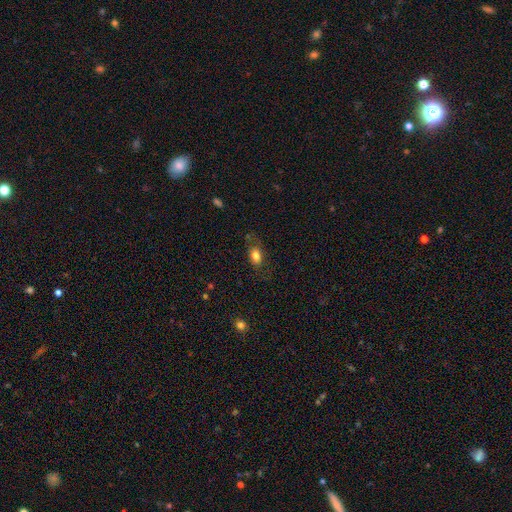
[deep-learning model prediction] smooth-or-featured: smooth: 78% | featured or disk: 13% | star or artifact: 9%
  how-rounded: in between: 84% | round: 12% | cigar-shaped: 3%
  merging: none: 65% | minor disturbance: 21% | major disturbance: 12% | merger: 2%